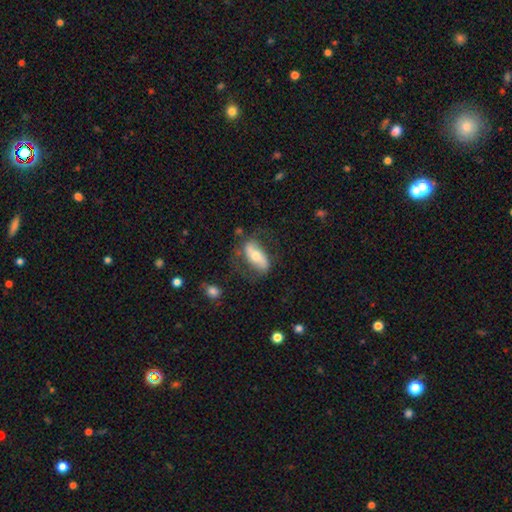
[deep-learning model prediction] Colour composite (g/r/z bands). It shows a featured or disk galaxy (55%). Merging: none (61%).